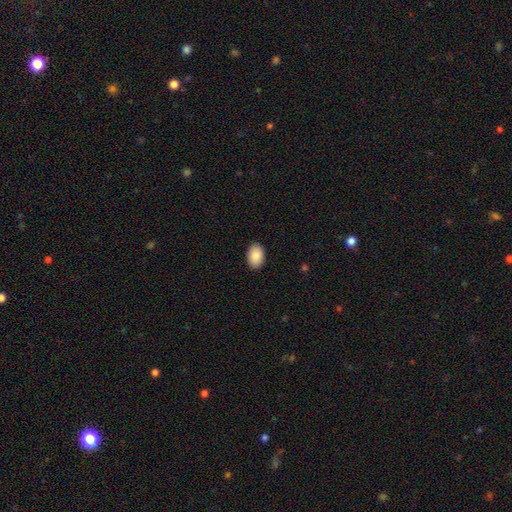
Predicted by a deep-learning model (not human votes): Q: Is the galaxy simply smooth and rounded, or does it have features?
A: smooth — 89%.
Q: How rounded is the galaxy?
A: in between — 87%.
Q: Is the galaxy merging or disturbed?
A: none — 90%.